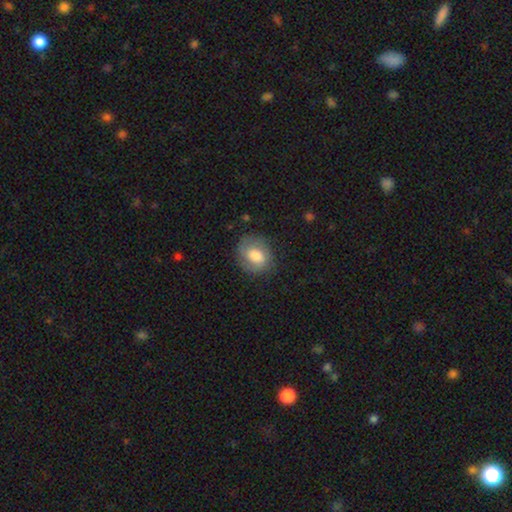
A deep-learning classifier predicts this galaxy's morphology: Smooth or featured?
  - smooth: 62% *
  - featured or disk: 31%
  - star or artifact: 8%
How rounded?
  - round: 58% *
  - in between: 41%
  - cigar-shaped: 1%
Merging?
  - none: 74% *
  - minor disturbance: 17%
  - major disturbance: 7%
  - merger: 1%